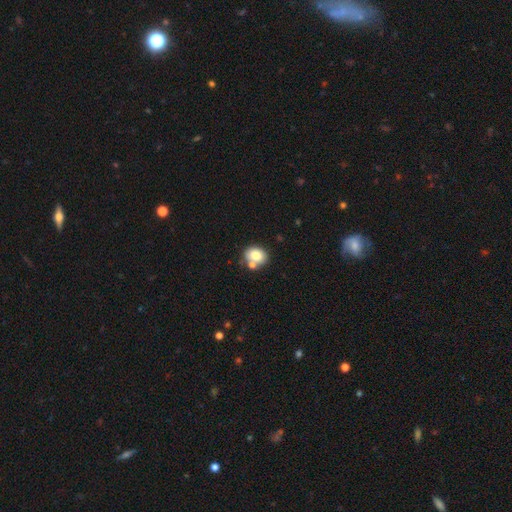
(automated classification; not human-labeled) Overall: smooth (78%). How rounded: in between (51%; round 48%). Merging: none (56%; merger 27%).